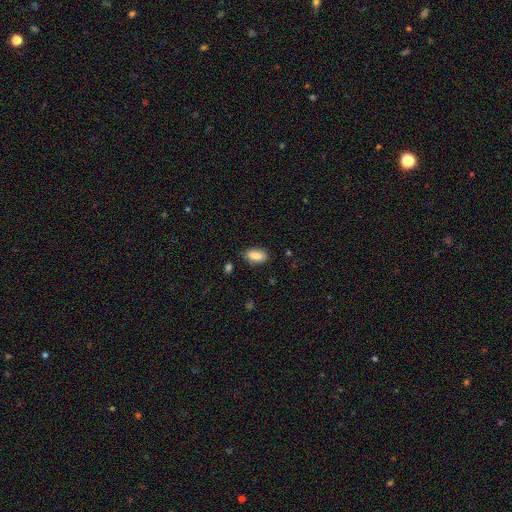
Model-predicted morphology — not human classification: A smooth galaxy with no disk features (86%) that is in between round and cigar-shaped (90%). Merging: none (81%).